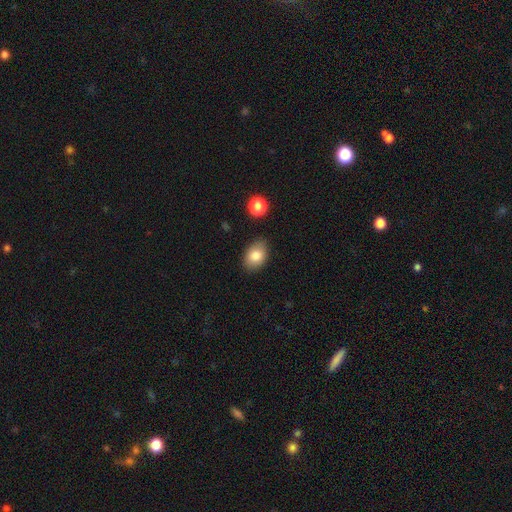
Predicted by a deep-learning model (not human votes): smooth_or_featured: smooth (p=0.83) [alt: featured or disk p=0.09]
how_rounded: in between (p=0.80) [alt: round p=0.19]
merging: none (p=0.82) [alt: minor disturbance p=0.13]